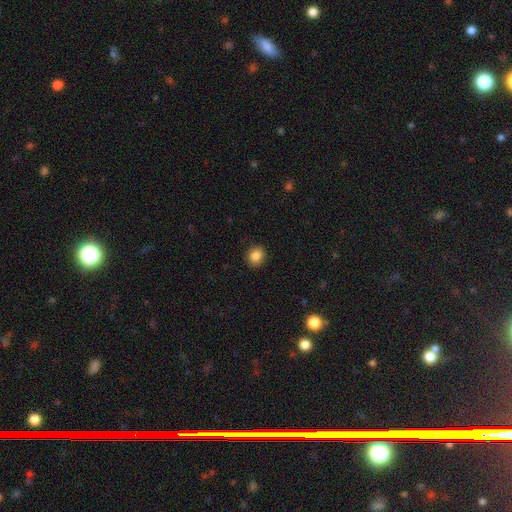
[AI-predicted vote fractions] A smooth galaxy with no disk features (85%) that is round (78%). Merging: none (91%).